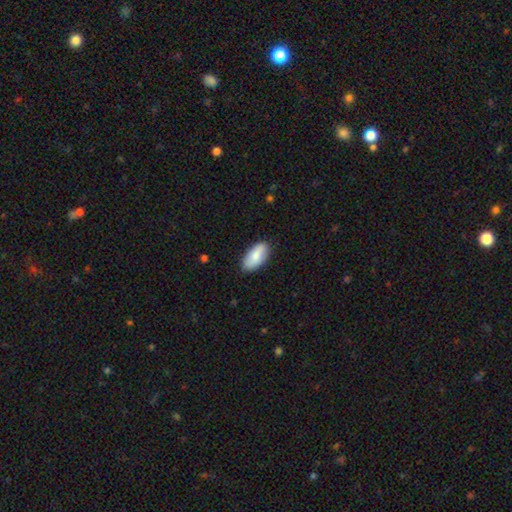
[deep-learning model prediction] This is likely a smooth galaxy (79%). How rounded: clearly in between (92%). Merging: clearly none (85%).